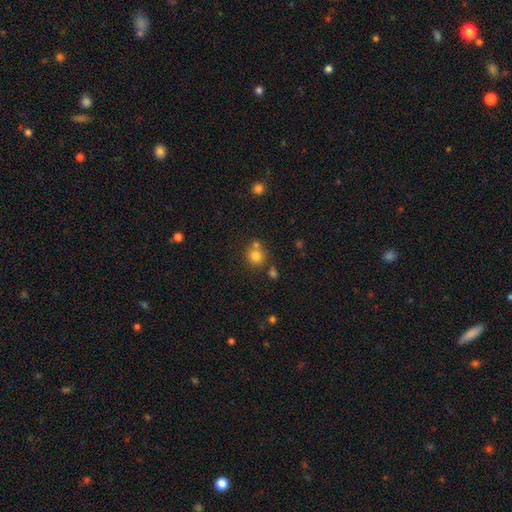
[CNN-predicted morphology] Q: Smooth or featured?
A: smooth (79%); runner-up: star or artifact (13%)
Q: How rounded?
A: round (89%); runner-up: in between (10%)
Q: Merging?
A: none (65%); runner-up: merger (23%)